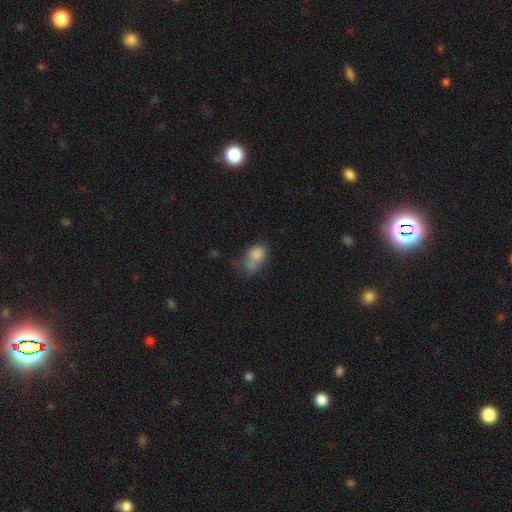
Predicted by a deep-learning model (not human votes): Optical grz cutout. It shows a smooth galaxy with no disk features (78%) that is in between round and cigar-shaped (77%). Merging: none (31%).